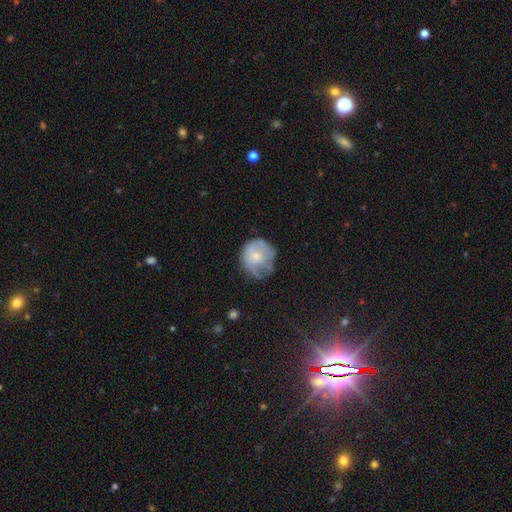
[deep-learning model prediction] Overall: featured or disk (48%; smooth 45%). Merging: none (50%; minor disturbance 29%).